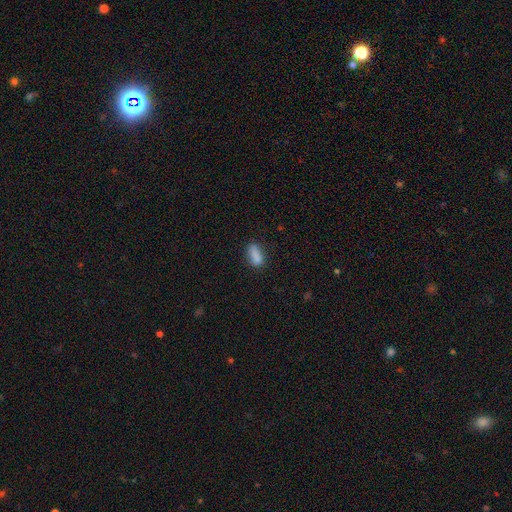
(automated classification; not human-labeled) smooth 85%, star or artifact 9%, featured or disk 6%. Down the decision tree: how rounded — in between (76%); merging — none (69%).